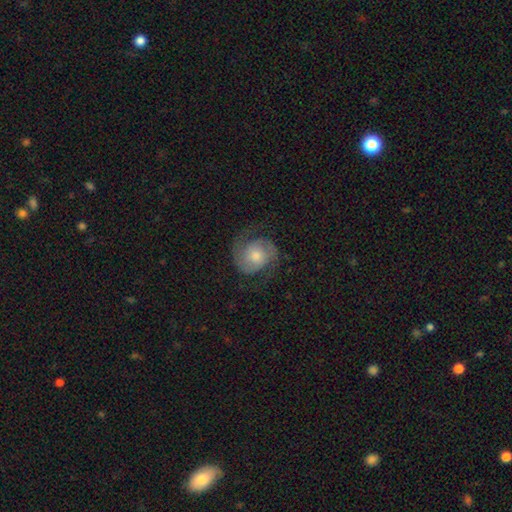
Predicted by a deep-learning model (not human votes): Q: Smooth or featured?
A: featured or disk (82%); runner-up: smooth (12%)
Q: Edge-on disk?
A: no (98%); runner-up: yes (2%)
Q: Bar?
A: no (69%); runner-up: weak (26%)
Q: Spiral arms?
A: yes (97%); runner-up: no (3%)
Q: Spiral winding?
A: medium (50%); runner-up: tight (29%)
Q: Spiral arm count?
A: 2 (93%); runner-up: can't tell (3%)
Q: Bulge size?
A: moderate (53%); runner-up: small (28%)
Q: Merging?
A: none (76%); runner-up: minor disturbance (14%)